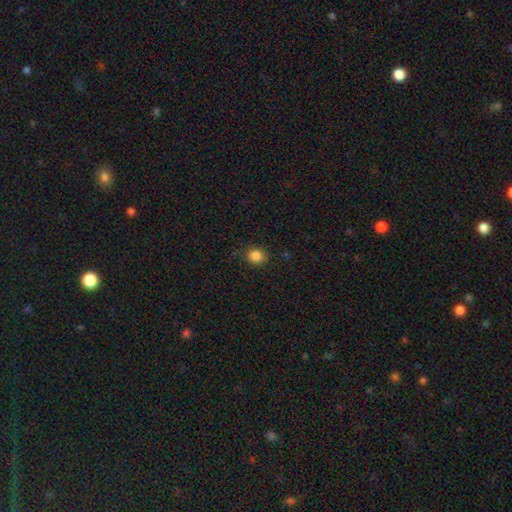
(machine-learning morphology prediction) A smooth galaxy with no disk features (85%) that is round (82%).

Vote fractions:
- Smooth or featured? smooth: 85% / star or artifact: 11% / featured or disk: 4%
- How rounded? round: 82% / in between: 17% / cigar-shaped: 1%
- Merging? none: 87% / minor disturbance: 9% / major disturbance: 3% / merger: 1%